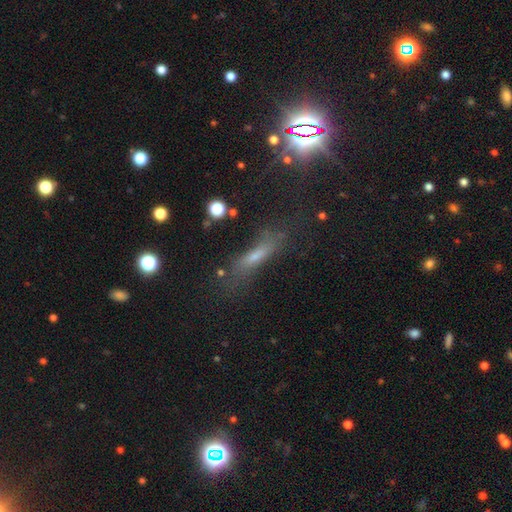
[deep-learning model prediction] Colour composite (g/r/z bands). It shows a smooth galaxy with no disk features (50%) that is cigar-shaped (73%). Merging: none (58%).